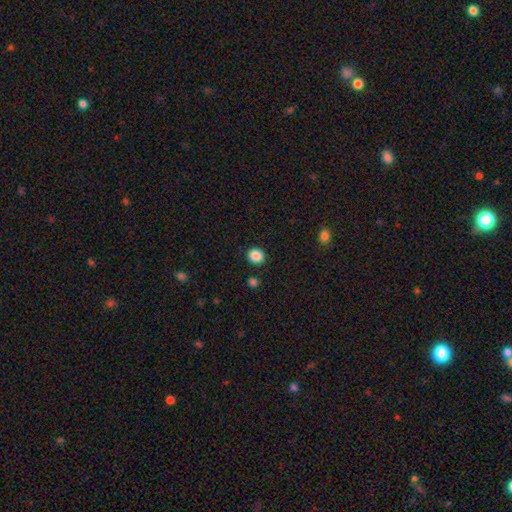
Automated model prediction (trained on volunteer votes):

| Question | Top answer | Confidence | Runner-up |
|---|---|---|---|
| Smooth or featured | smooth | 87% | star or artifact (10%) |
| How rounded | round | 85% | in between (14%) |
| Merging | none | 89% | minor disturbance (7%) |